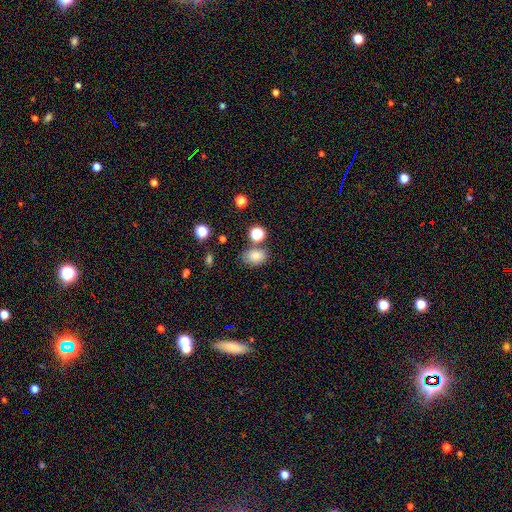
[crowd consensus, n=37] Morphology: type=smooth (89%); roundness=in between (88%); merging=none (89%).